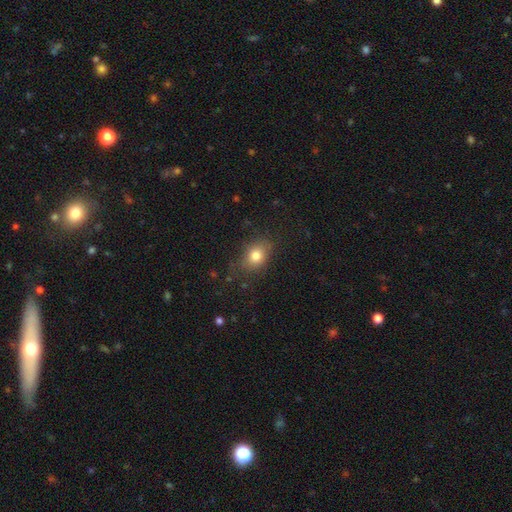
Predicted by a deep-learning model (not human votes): Overall: smooth (79%). How rounded: in between (69%; round 29%). Merging: none (75%).